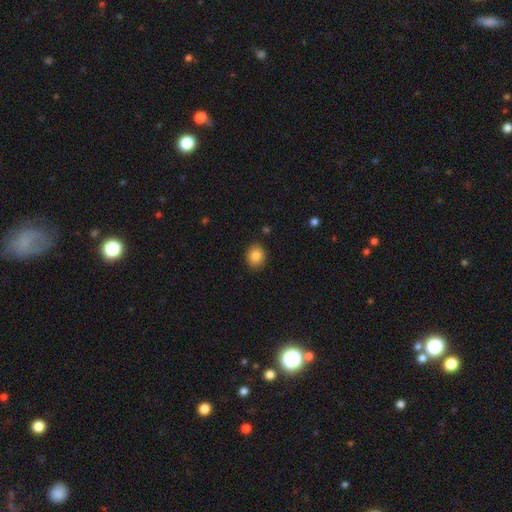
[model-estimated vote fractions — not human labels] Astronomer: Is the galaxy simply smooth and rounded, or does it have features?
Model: smooth — 86%.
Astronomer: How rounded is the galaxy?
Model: round — 62% (runner-up: in between, 37%).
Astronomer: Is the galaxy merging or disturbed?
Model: none — 88%.